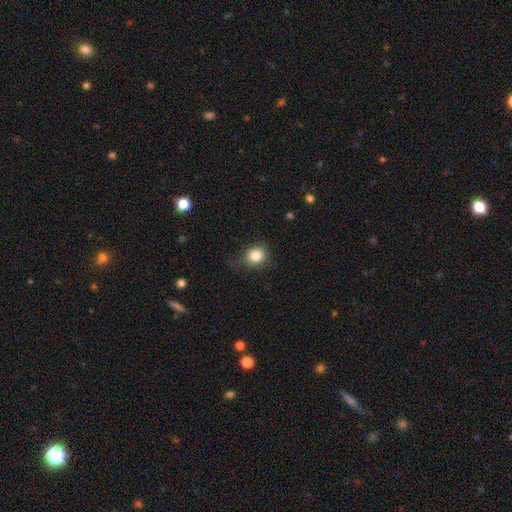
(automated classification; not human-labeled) Smooth or featured? Predicted: smooth (p=0.83). How rounded? Predicted: round (p=0.71). Merging? Predicted: none (p=0.71).